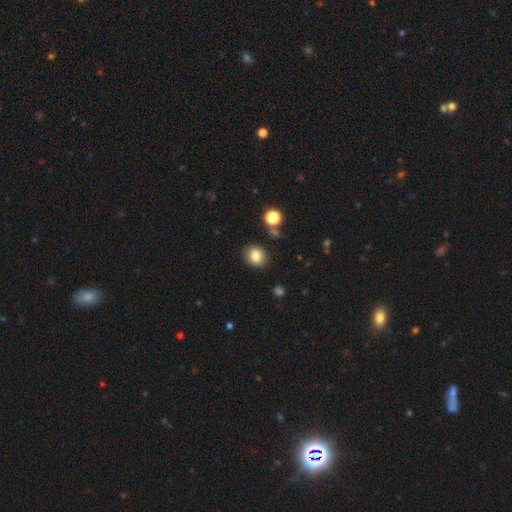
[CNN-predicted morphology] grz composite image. It shows a smooth galaxy with no disk features (83%) that is round (67%). Merging: none (84%).